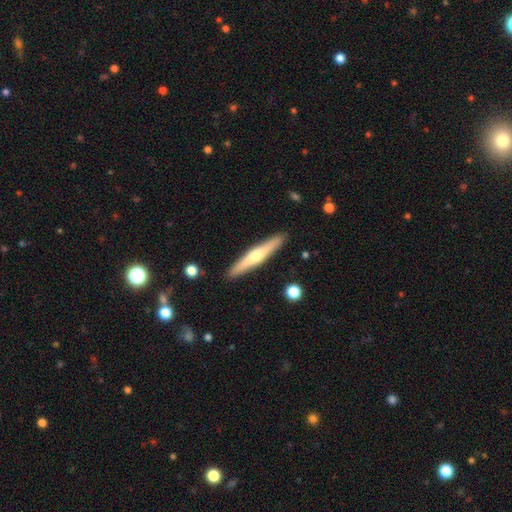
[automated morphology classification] A featured or disk galaxy (51%) viewed edge-on (96%). Merging: none (91%).